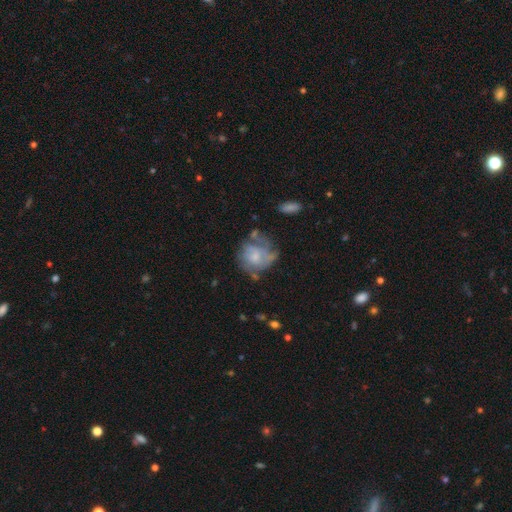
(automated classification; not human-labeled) Q: Smooth or featured?
A: featured or disk (50%); runner-up: smooth (42%)
Q: Edge-on disk?
A: no (98%); runner-up: yes (2%)
Q: Merging?
A: none (39%); runner-up: minor disturbance (27%)